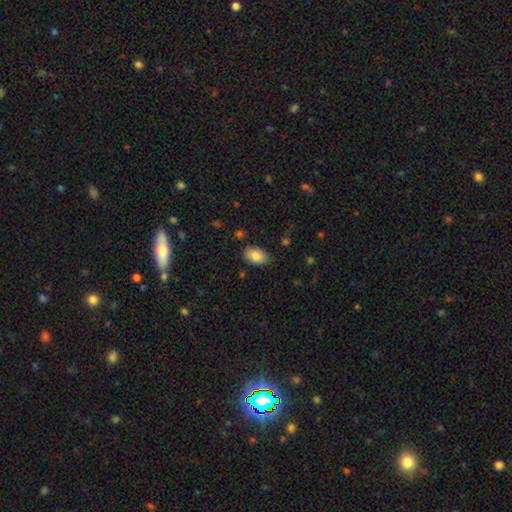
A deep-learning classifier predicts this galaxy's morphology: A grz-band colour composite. It shows a smooth galaxy with no disk features (85%) that is in between round and cigar-shaped (91%). Merging: none (79%).